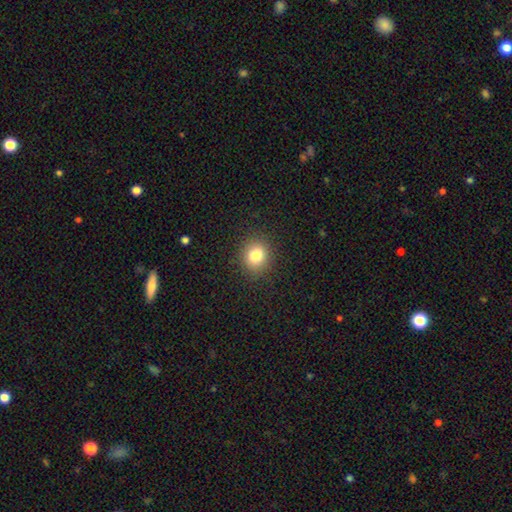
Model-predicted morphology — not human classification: Q: Smooth or featured?
A: smooth (81%); runner-up: star or artifact (12%)
Q: How rounded?
A: round (69%); runner-up: in between (30%)
Q: Merging?
A: none (88%); runner-up: minor disturbance (8%)